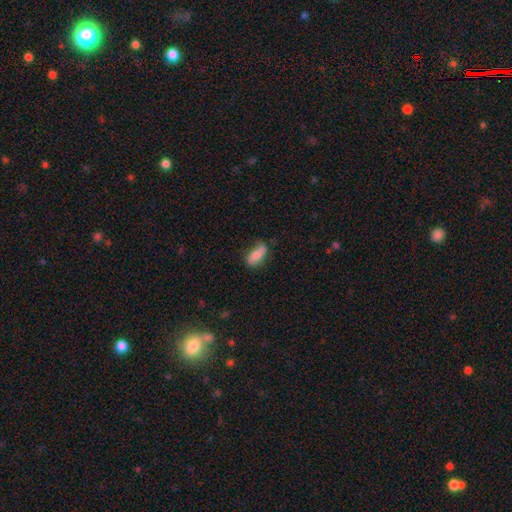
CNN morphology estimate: Overall: smooth (65%; featured or disk 27%). How rounded: in between (79%). Merging: none (56%; minor disturbance 31%).